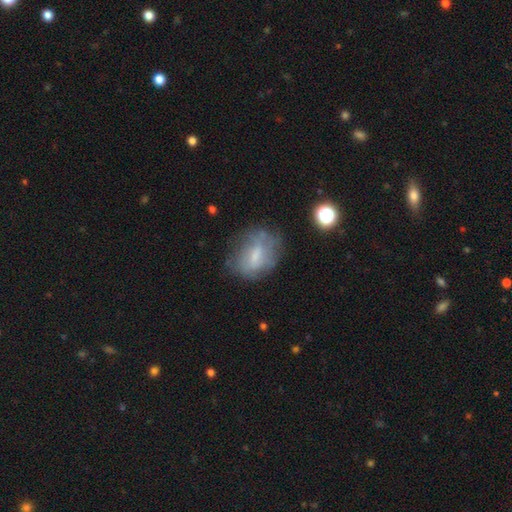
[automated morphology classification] Smooth or featured: smooth — 48% (featured or disk — 41%)
Merging: none — 59% (minor disturbance — 24%)